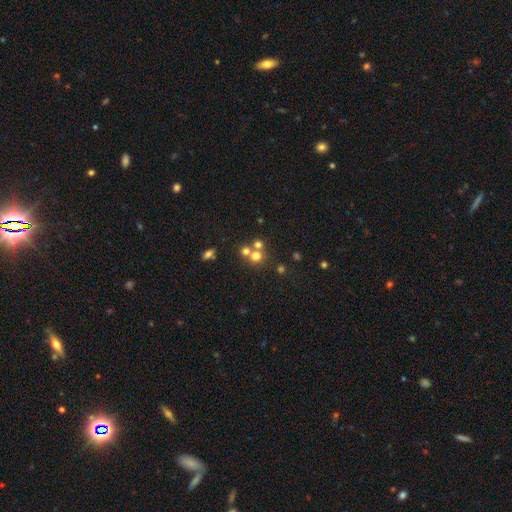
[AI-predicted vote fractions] Morphology: type=smooth (65%); roundness=round (87%); merging=none (47%).